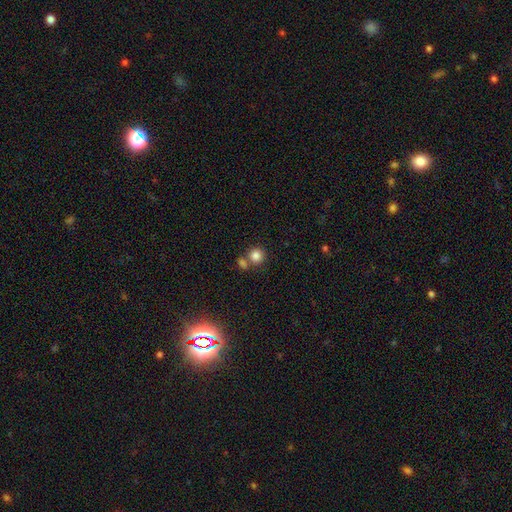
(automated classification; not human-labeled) Morphology: type=smooth (83%); roundness=round (90%); merging=none (63%).